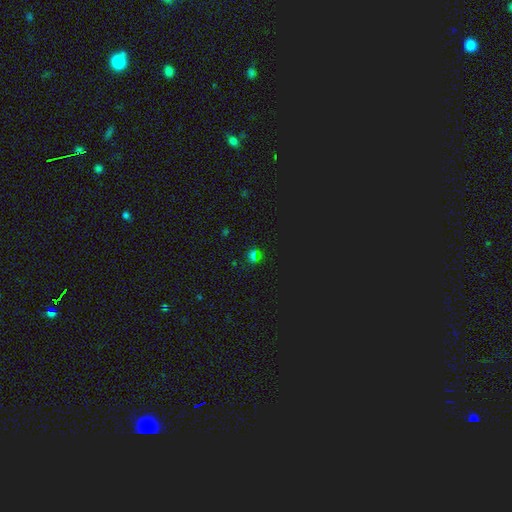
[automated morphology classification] star or artifact 53%, smooth 40%, featured or disk 7%.